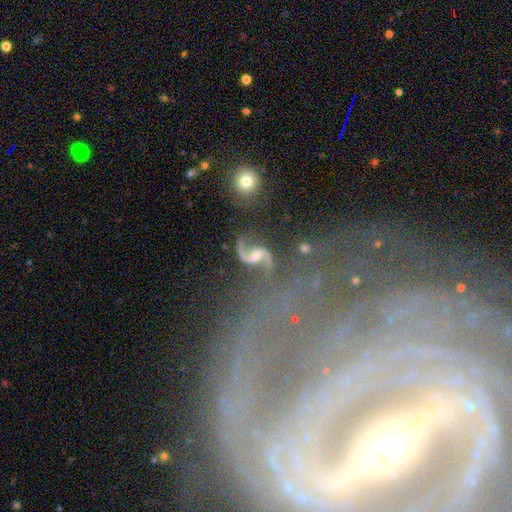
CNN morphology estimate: This is clearly a featured or disk galaxy (88%). It is clearly not viewed edge-on (98%). Bar: possibly no (48%). Spiral arm pattern: clearly yes (97%). Spiral arm count: clearly 2 (94%). Spiral winding: clearly loose (83%). Central bulge: possibly moderate (48%). Merging: likely none (71%).